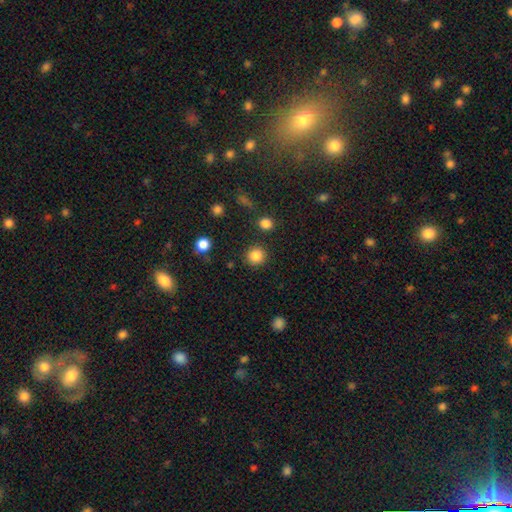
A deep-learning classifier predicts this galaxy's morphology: smooth 84%, star or artifact 11%, featured or disk 4%. Down the decision tree: how rounded — round (92%); merging — none (88%).